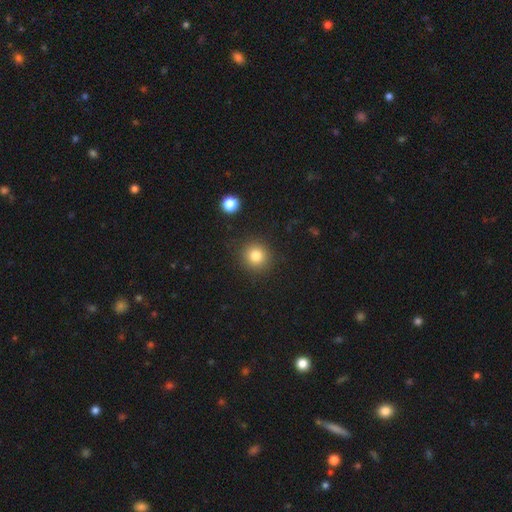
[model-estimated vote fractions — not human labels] A smooth galaxy with no disk features (82%) that is round (92%).

Vote fractions:
- Smooth or featured? smooth: 82% / star or artifact: 12% / featured or disk: 6%
- How rounded? round: 92% / in between: 7% / cigar-shaped: 1%
- Merging? none: 89% / minor disturbance: 7% / major disturbance: 3% / merger: 2%